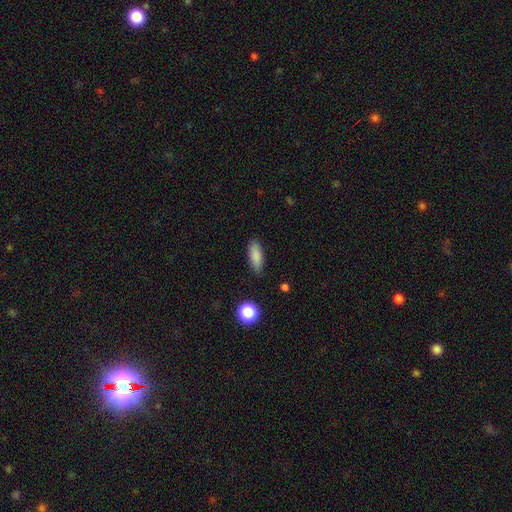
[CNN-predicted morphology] Smooth or featured? Predicted: smooth (p=0.86). How rounded? Predicted: in between (p=0.72). Merging? Predicted: none (p=0.82).